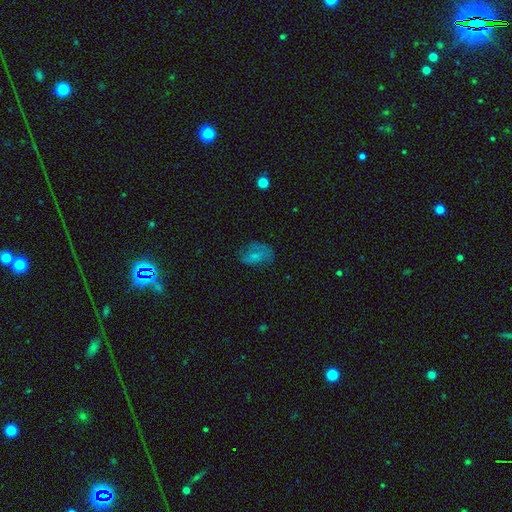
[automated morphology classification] A smooth galaxy with no disk features (61%) that is in between round and cigar-shaped (82%). Merging: none (50%).